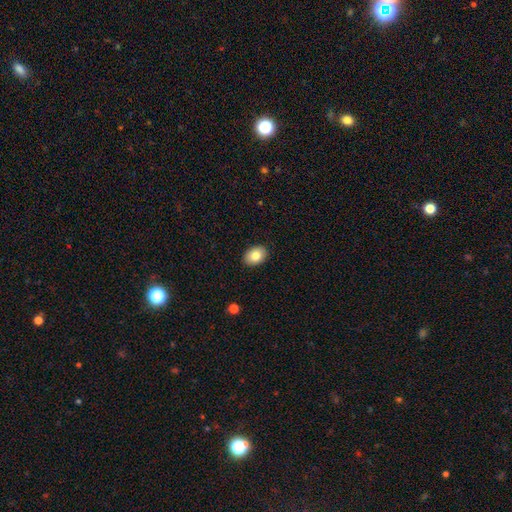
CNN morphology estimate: smooth_or_featured: smooth (p=0.82) [alt: featured or disk p=0.11]
how_rounded: in between (p=0.80) [alt: round p=0.19]
merging: none (p=0.90) [alt: minor disturbance p=0.07]